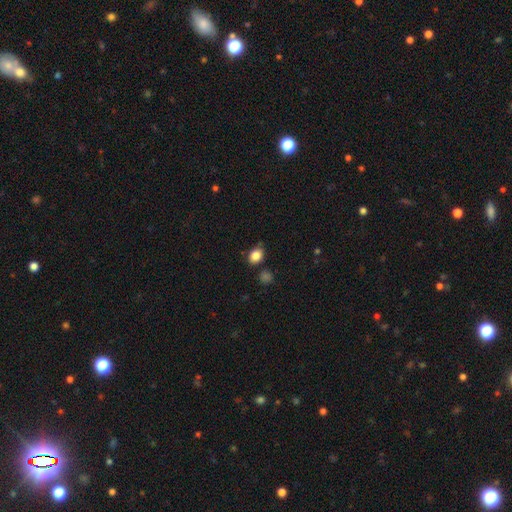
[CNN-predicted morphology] Q: Smooth or featured?
A: smooth (85%); runner-up: star or artifact (10%)
Q: How rounded?
A: in between (54%); runner-up: round (44%)
Q: Merging?
A: none (75%); runner-up: minor disturbance (17%)